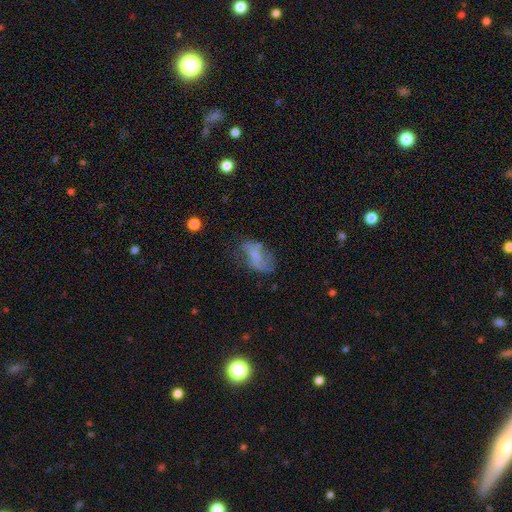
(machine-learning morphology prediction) Smooth or featured? smooth (45%)
Merging? none (42%)